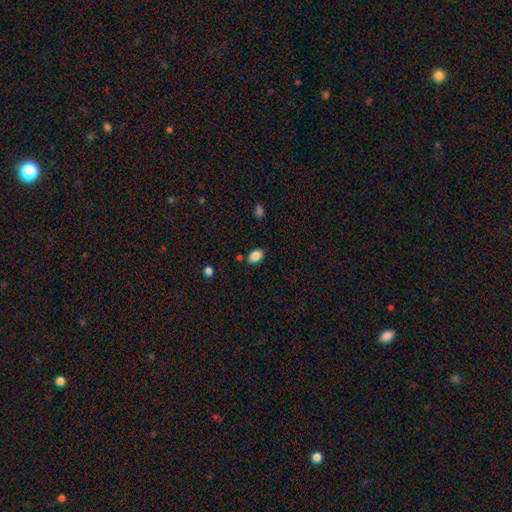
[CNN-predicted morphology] Smooth or featured?
  - smooth: 87% *
  - star or artifact: 8%
  - featured or disk: 4%
How rounded?
  - in between: 87% *
  - round: 11%
  - cigar-shaped: 1%
Merging?
  - none: 82% *
  - minor disturbance: 12%
  - merger: 4%
  - major disturbance: 3%